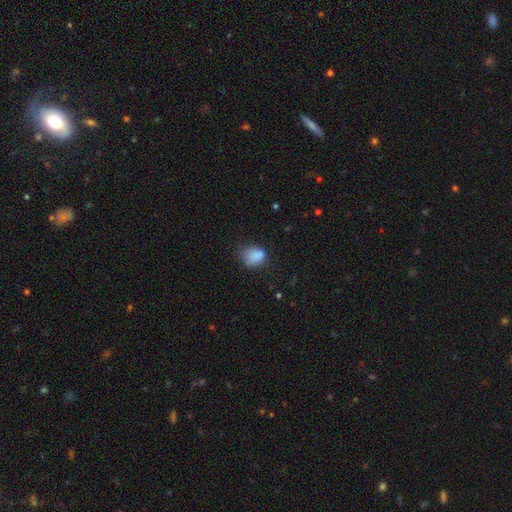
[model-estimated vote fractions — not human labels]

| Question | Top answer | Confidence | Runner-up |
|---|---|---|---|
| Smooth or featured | smooth | 80% | star or artifact (11%) |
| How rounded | in between | 58% | round (41%) |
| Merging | none | 48% | minor disturbance (32%) |